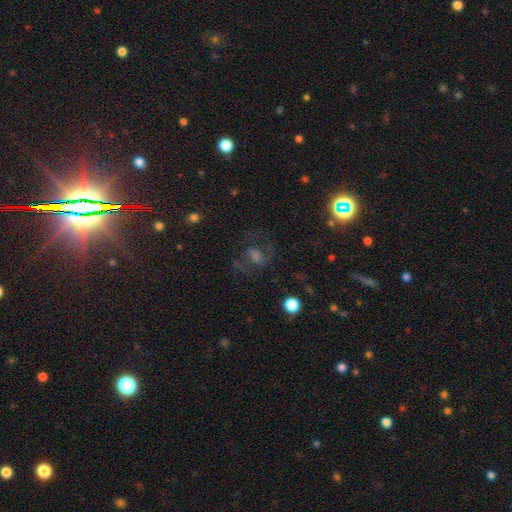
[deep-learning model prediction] Overall: featured or disk (45%; star or artifact 29%). Merging: none (66%).